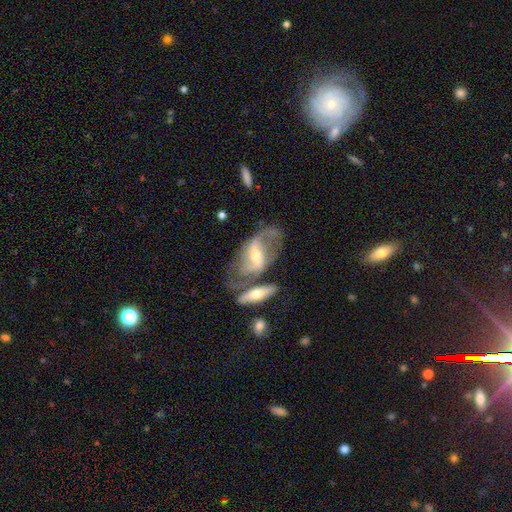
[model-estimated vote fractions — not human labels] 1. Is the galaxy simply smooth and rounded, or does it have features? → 80% featured or disk, 13% smooth, 7% star or artifact.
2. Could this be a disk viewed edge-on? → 91% no, 9% yes.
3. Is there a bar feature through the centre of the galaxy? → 41% weak, 37% strong, 22% no.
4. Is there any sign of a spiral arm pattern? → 89% yes, 11% no.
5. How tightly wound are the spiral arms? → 53% loose, 36% medium, 11% tight.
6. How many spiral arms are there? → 83% 2, 9% can't tell, 4% 1, 2% 3, 1% 4, 1% more than 4.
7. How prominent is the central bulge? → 46% small (tied), 46% moderate (tied), 4% large, 3% none, 1% dominant.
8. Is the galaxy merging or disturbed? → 42% none, 25% merger, 18% minor disturbance, 15% major disturbance.